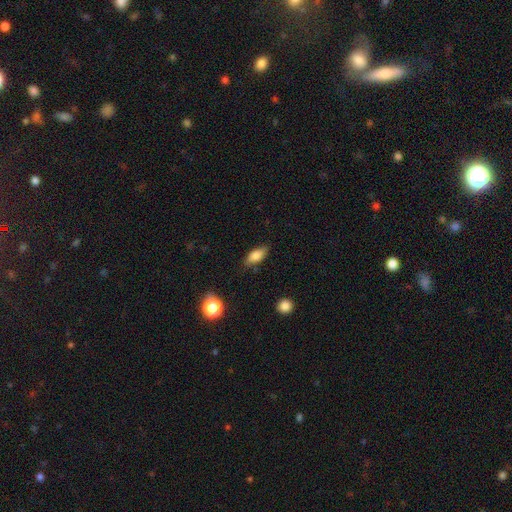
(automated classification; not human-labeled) Smooth or featured? smooth (80%)
How rounded? in between (82%)
Merging? none (80%)